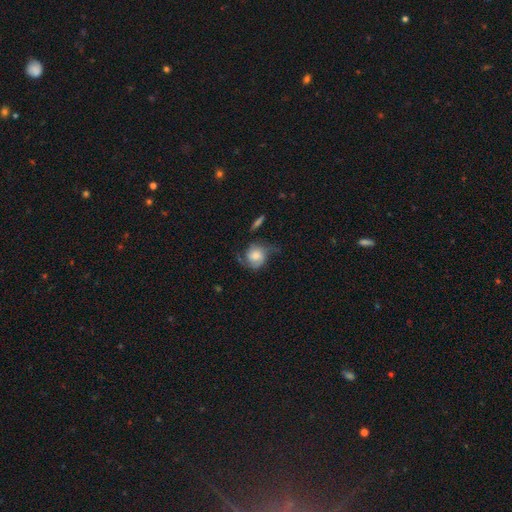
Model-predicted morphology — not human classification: smooth_or_featured: featured or disk (p=0.61) [alt: smooth p=0.31]
disk_edge_on: no (p=0.97) [alt: yes p=0.03]
bar: no (p=0.72) [alt: weak p=0.24]
has_spiral_arms: yes (p=0.92) [alt: no p=0.08]
spiral_winding: loose (p=0.48) [alt: medium p=0.36]
spiral_arm_count: 2 (p=0.84) [alt: 1 p=0.07]
bulge_size: large (p=0.33) [alt: moderate p=0.31]
merging: none (p=0.53) [alt: minor disturbance p=0.25]